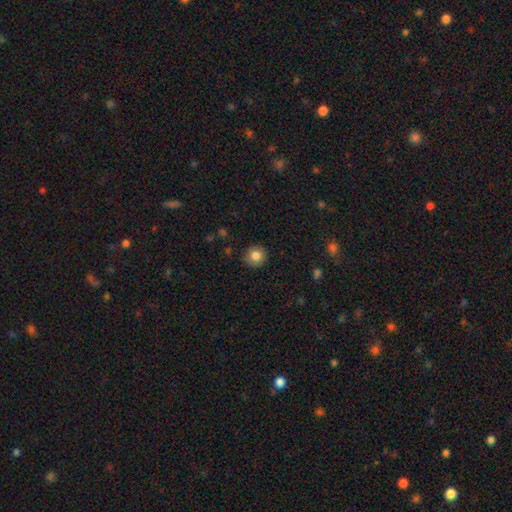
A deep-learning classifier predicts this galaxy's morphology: A smooth galaxy with no disk features (83%) that is round (92%).

Vote fractions:
- Smooth or featured? smooth: 83% / star or artifact: 9% / featured or disk: 8%
- How rounded? round: 92% / in between: 7% / cigar-shaped: 1%
- Merging? none: 89% / minor disturbance: 8% / major disturbance: 2% / merger: 1%